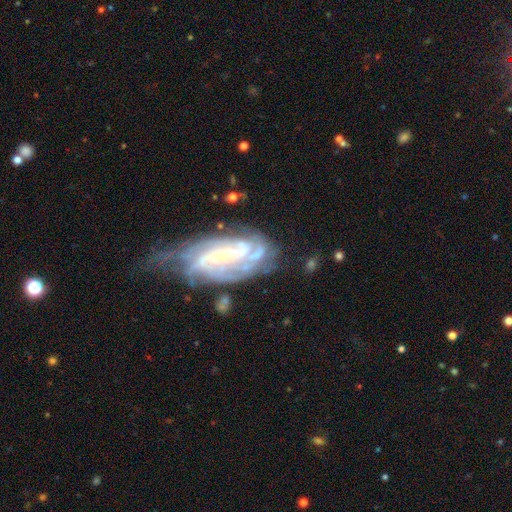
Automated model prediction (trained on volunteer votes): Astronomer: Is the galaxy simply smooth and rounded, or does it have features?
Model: featured or disk — 82%.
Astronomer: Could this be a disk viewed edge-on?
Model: no — 95%.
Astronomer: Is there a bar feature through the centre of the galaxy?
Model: no — 57%.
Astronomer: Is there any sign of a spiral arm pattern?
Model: yes — 93%.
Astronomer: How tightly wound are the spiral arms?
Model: tight — 59%.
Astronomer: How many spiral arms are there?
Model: can't tell — 31% (runner-up: 4, 24%).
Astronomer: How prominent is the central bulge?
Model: small — 74%.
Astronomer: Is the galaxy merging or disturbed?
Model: none — 60%.